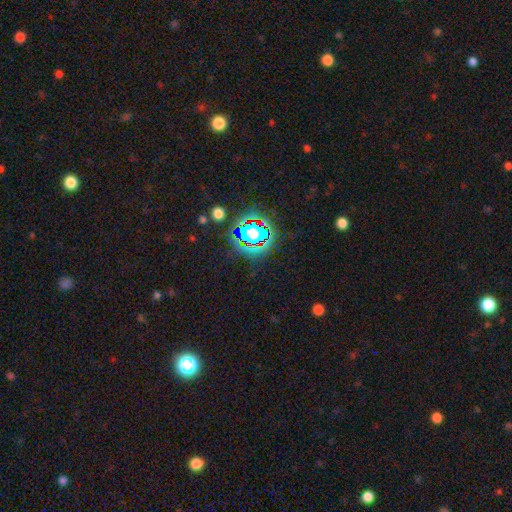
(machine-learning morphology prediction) This is clearly a star or artifact rather than a galaxy (81%).